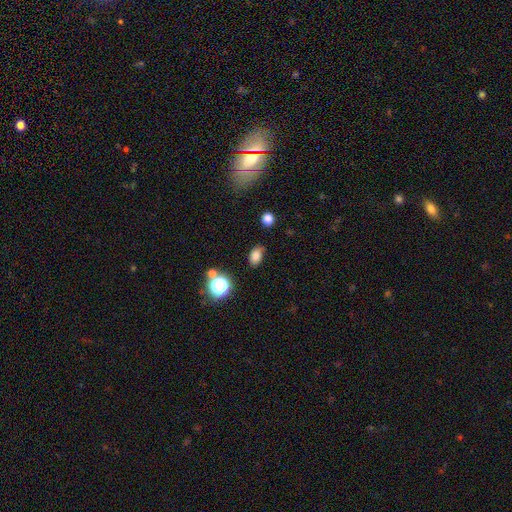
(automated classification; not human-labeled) A smooth galaxy with no disk features (80%) that is in between round and cigar-shaped (84%). Merging: none (76%).